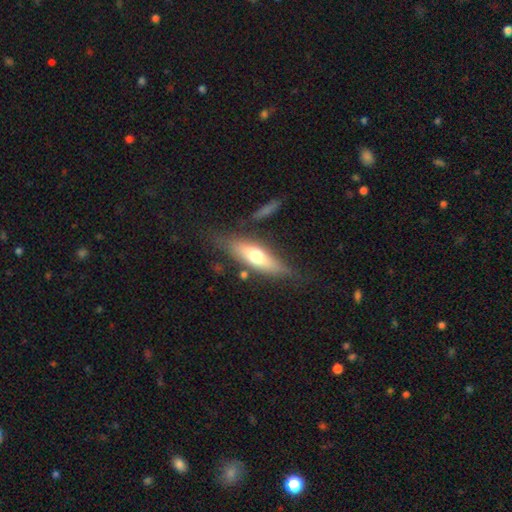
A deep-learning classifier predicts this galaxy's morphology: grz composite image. It shows a smooth galaxy with no disk features (53%) that is cigar-shaped (51%). Merging: none (74%).